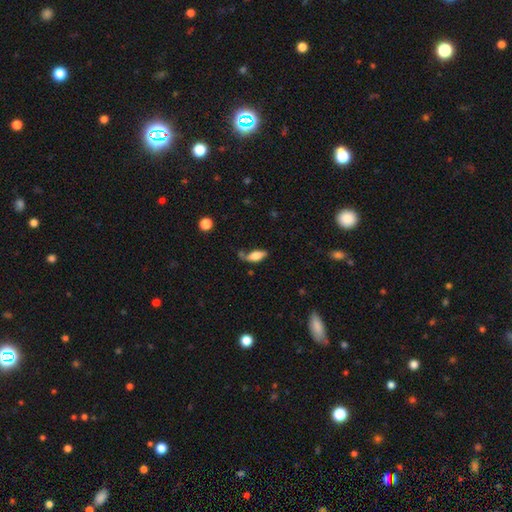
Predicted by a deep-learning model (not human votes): Smooth or featured: smooth — 76% (featured or disk — 16%)
How rounded: in between — 80% (cigar-shaped — 17%)
Merging: none — 51% (minor disturbance — 27%)